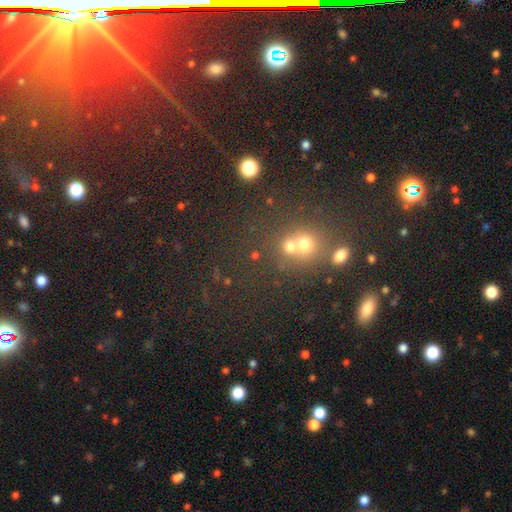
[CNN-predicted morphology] This appears to be a smooth galaxy with no disk features (44%). Merging: none (56%).